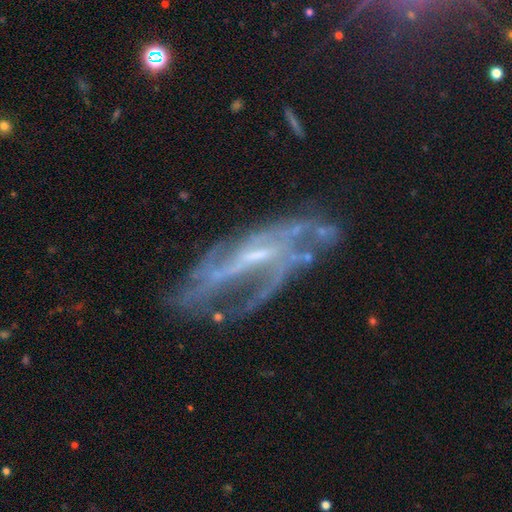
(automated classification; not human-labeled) This appears to be a featured or disk galaxy (82%) with a weak bar (42%), medium (42%) spiral arms (86%) and a small central bulge (60%). Merging: none (50%).